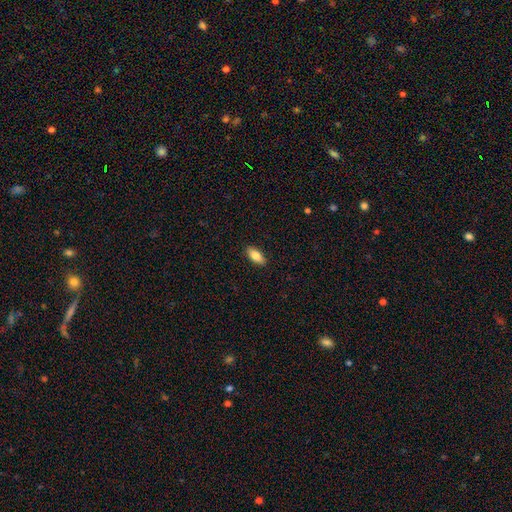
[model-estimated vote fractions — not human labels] smooth-or-featured: smooth: 82% | featured or disk: 12% | star or artifact: 6%
  how-rounded: in between: 86% | cigar-shaped: 11% | round: 2%
  merging: none: 90% | minor disturbance: 8% | major disturbance: 2% | merger: 1%